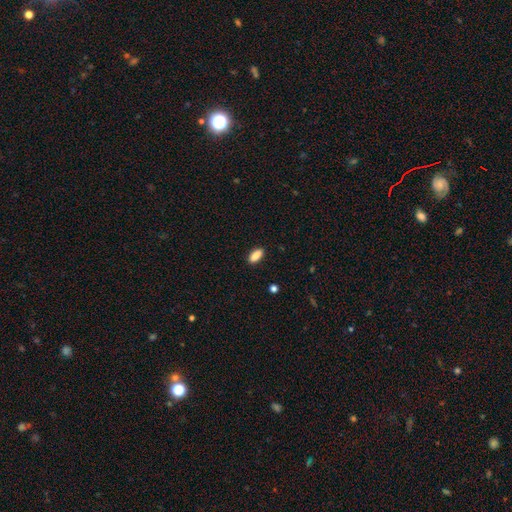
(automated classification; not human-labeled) Q: Smooth or featured?
A: smooth (89%); runner-up: star or artifact (7%)
Q: How rounded?
A: in between (85%); runner-up: cigar-shaped (13%)
Q: Merging?
A: none (89%); runner-up: minor disturbance (8%)